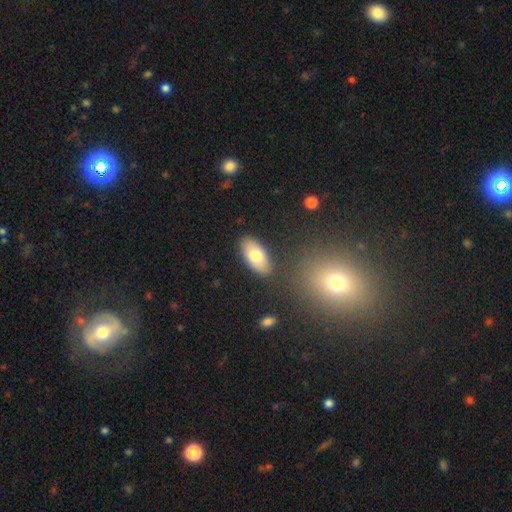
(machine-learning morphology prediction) Smooth or featured?
  - smooth: 75% *
  - featured or disk: 18%
  - star or artifact: 7%
How rounded?
  - in between: 93% *
  - cigar-shaped: 4%
  - round: 3%
Merging?
  - none: 84% *
  - minor disturbance: 10%
  - merger: 3%
  - major disturbance: 3%